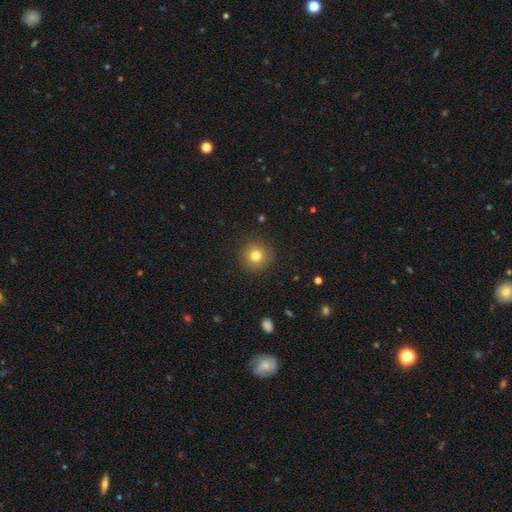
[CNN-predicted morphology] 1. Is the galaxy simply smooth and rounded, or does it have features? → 80% smooth, 12% star or artifact, 8% featured or disk.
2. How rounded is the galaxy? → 95% round, 4% in between, 1% cigar-shaped.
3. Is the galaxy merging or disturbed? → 92% none, 5% minor disturbance, 2% major disturbance, 1% merger.